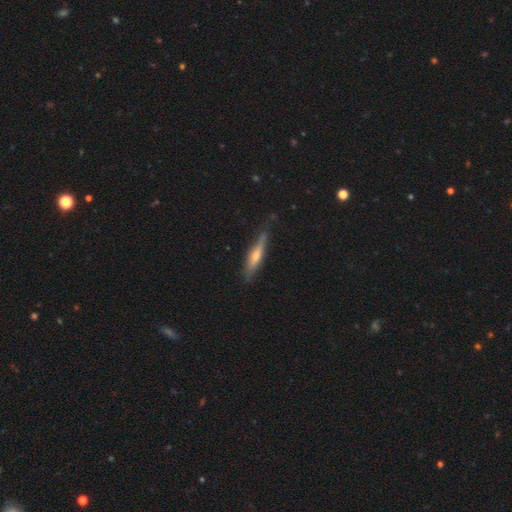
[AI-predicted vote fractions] smooth_or_featured: featured or disk (p=0.52) [alt: smooth p=0.42]
disk_edge_on: yes (p=0.91) [alt: no p=0.09]
merging: none (p=0.77) [alt: minor disturbance p=0.18]